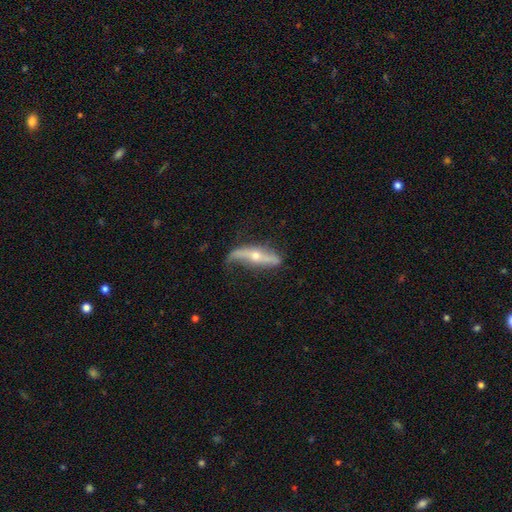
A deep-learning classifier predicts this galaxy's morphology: smooth-or-featured: featured or disk: 75% | smooth: 19% | star or artifact: 6%
  disk-edge-on: yes: 51% | no: 49%
  merging: none: 53% | minor disturbance: 29% | major disturbance: 15% | merger: 3%